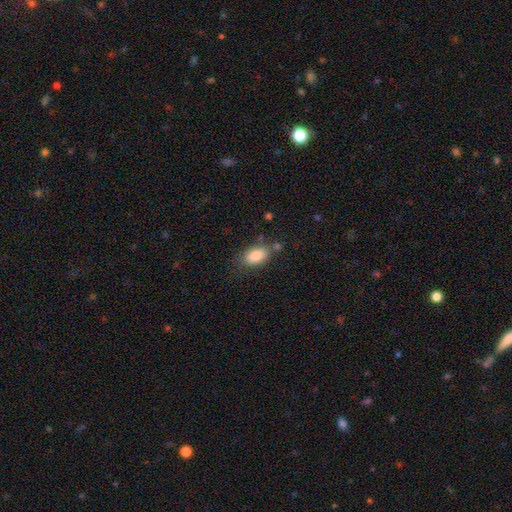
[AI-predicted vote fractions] Overall: smooth (85%). How rounded: in between (91%). Merging: none (71%).